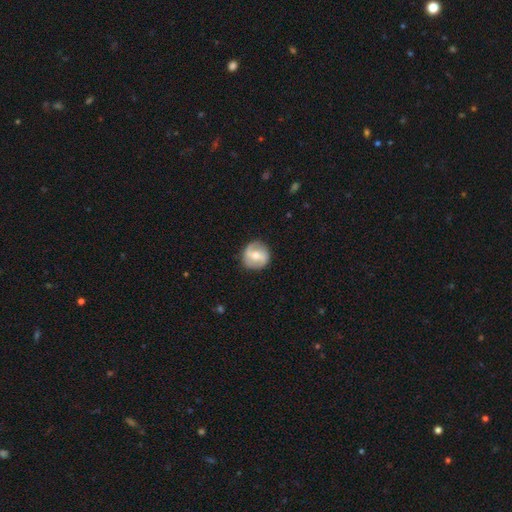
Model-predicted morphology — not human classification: Smooth or featured? featured or disk (61%)
Edge-on disk? no (96%)
Bar? weak (42%)
Spiral arms? yes (74%)
Bulge size? moderate (63%)
Merging? none (85%)